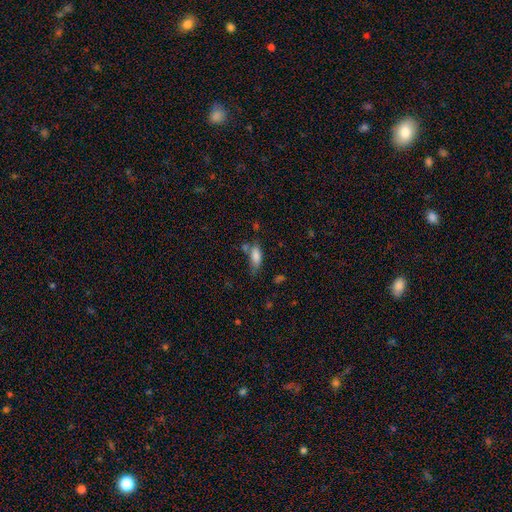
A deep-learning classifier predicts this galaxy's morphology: Overall: smooth (80%). How rounded: in between (76%). Merging: none (44%; minor disturbance 27%).